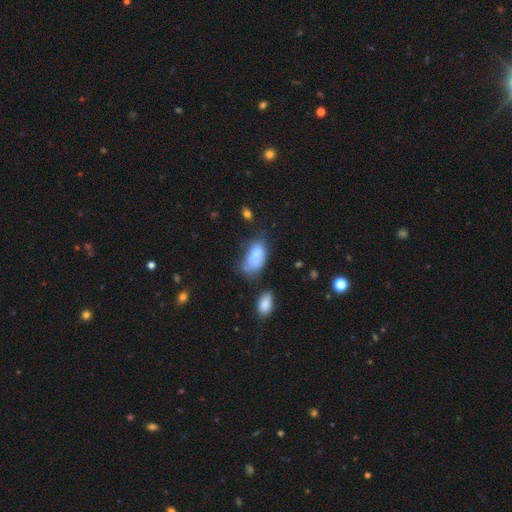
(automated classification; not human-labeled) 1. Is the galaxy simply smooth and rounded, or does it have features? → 76% smooth, 16% featured or disk, 8% star or artifact.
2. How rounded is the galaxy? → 93% in between, 5% round, 2% cigar-shaped.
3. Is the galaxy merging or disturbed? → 31% minor disturbance (tied), 31% none (tied), 22% major disturbance, 16% merger.